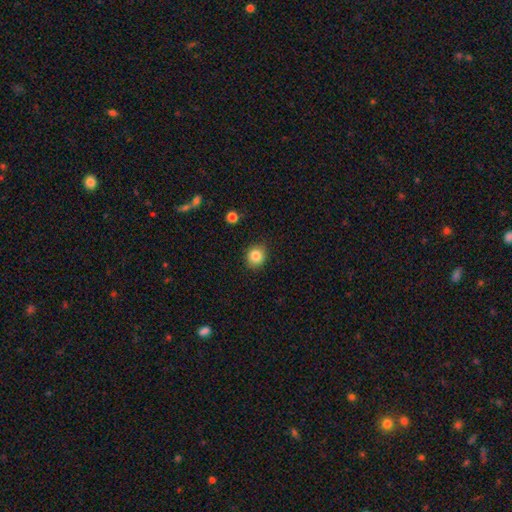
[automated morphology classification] Overall: smooth (85%). How rounded: round (80%). Merging: none (87%).